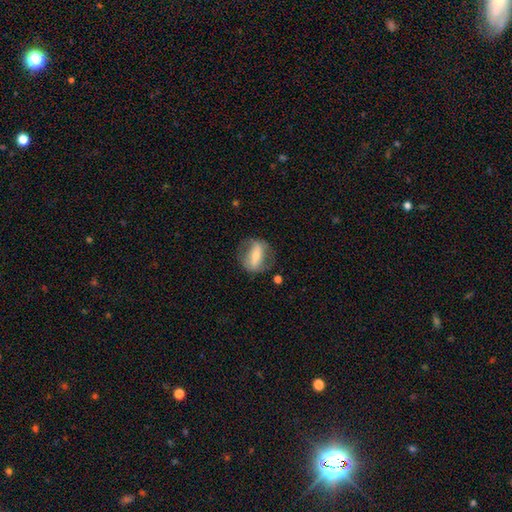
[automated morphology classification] smooth-or-featured: featured or disk: 62% | smooth: 31% | star or artifact: 7%
  disk-edge-on: no: 84% | yes: 16%
    bar: strong: 63% | weak: 22% | no: 15%
    has-spiral-arms: no: 52% | yes: 48%
    bulge-size: small: 48% | moderate: 44% | large: 4% | none: 2% | dominant: 1%
  merging: none: 68% | minor disturbance: 18% | major disturbance: 11% | merger: 2%